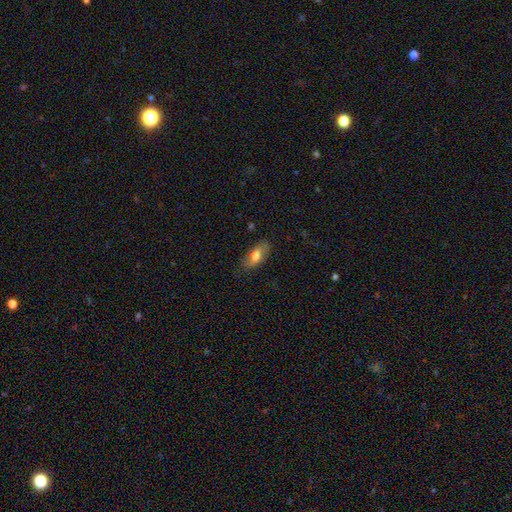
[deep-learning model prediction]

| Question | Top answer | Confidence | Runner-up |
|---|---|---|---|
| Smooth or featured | smooth | 63% | featured or disk (30%) |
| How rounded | in between | 83% | cigar-shaped (14%) |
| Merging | none | 78% | minor disturbance (17%) |